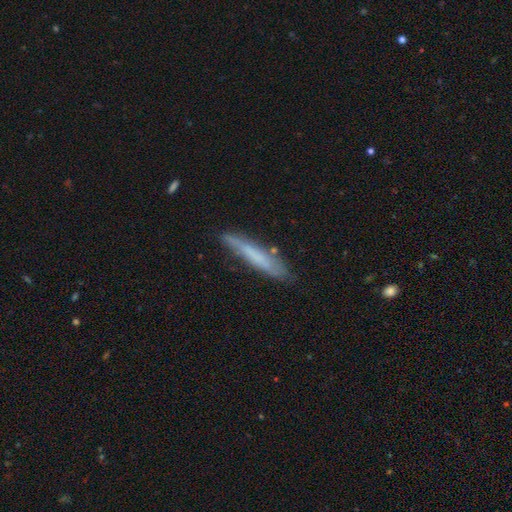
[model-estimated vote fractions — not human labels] smooth-or-featured: smooth: 58% | featured or disk: 35% | star or artifact: 7%
  how-rounded: cigar-shaped: 92% | in between: 7% | round: 1%
  merging: none: 74% | minor disturbance: 19% | major disturbance: 4% | merger: 3%